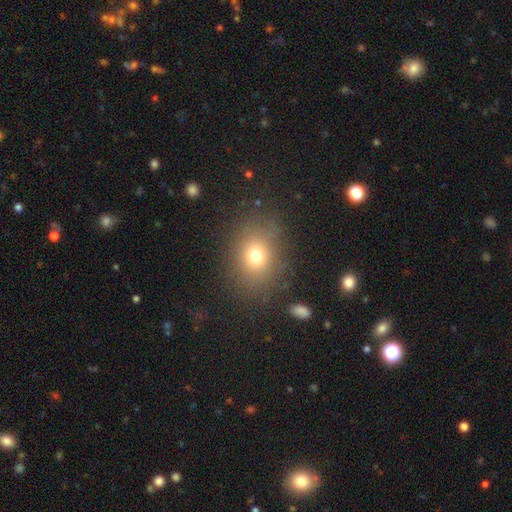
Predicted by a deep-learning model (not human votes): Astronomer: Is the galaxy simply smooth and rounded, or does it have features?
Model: smooth — 73%.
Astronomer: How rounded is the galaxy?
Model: in between — 51% (runner-up: round, 47%).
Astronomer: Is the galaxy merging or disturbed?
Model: none — 81%.